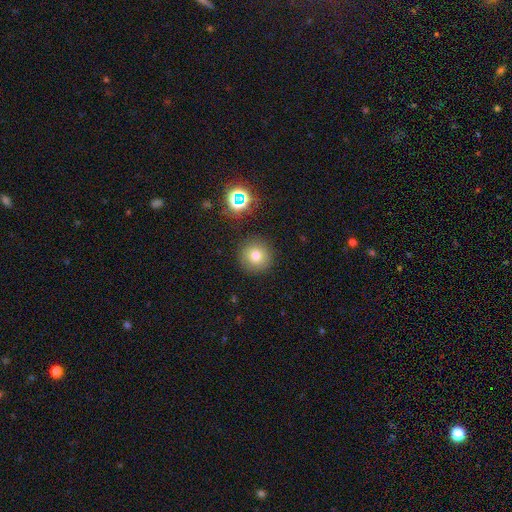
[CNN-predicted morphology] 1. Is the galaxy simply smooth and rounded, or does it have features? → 74% smooth, 16% star or artifact, 10% featured or disk.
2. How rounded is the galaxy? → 95% round, 4% in between, 1% cigar-shaped.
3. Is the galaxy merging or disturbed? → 89% none, 7% minor disturbance, 2% major disturbance, 2% merger.